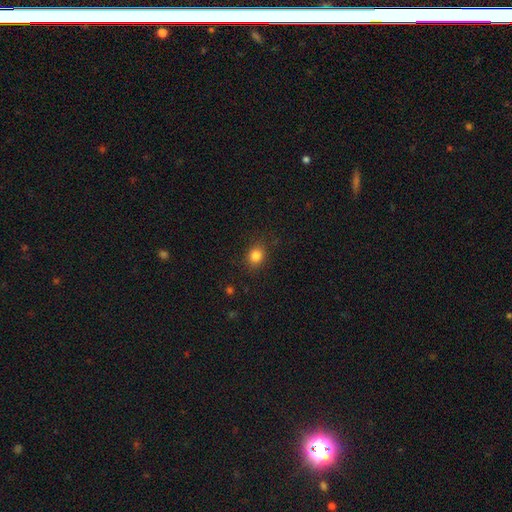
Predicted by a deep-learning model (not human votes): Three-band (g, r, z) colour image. It shows a smooth galaxy with no disk features (83%) that is round (67%). Merging: none (85%).